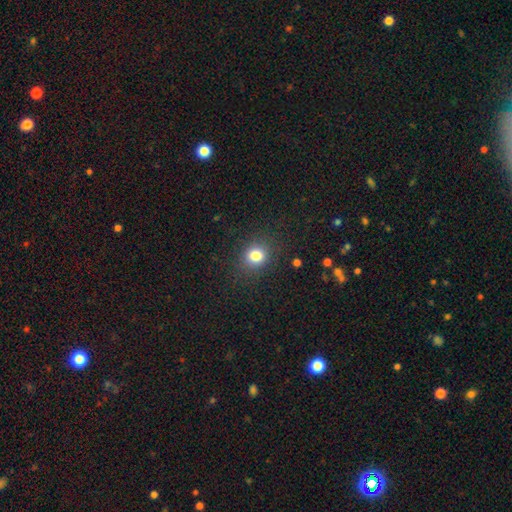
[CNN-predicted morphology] A smooth galaxy with no disk features (80%) that is round (74%).

Vote fractions:
- Smooth or featured? smooth: 80% / star or artifact: 13% / featured or disk: 7%
- How rounded? round: 74% / in between: 25% / cigar-shaped: 1%
- Merging? none: 86% / minor disturbance: 9% / major disturbance: 4% / merger: 1%